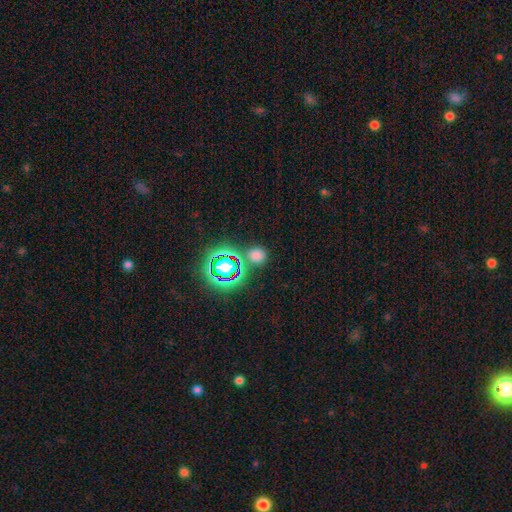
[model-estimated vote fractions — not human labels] Overall: smooth (62%; star or artifact 32%). How rounded: round (75%). Merging: none (78%).